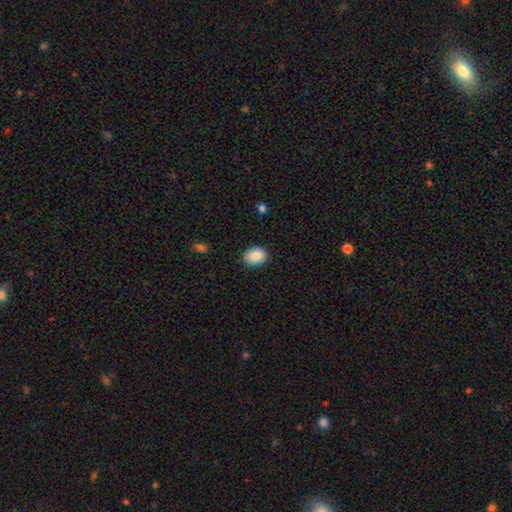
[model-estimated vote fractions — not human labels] A smooth galaxy with no disk features (89%) that is in between round and cigar-shaped (65%). Merging: none (86%).